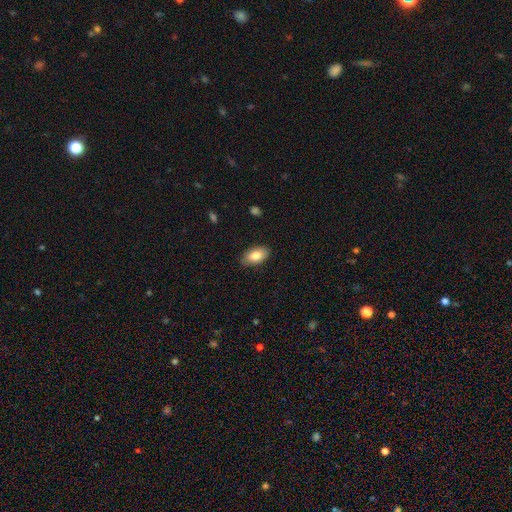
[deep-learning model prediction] A smooth galaxy with no disk features (82%) that is in between round and cigar-shaped (94%). Merging: none (86%).